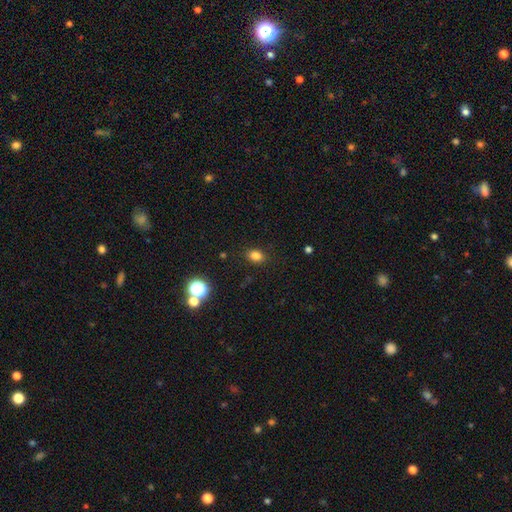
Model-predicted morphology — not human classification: Q: Smooth or featured?
A: smooth (81%); runner-up: star or artifact (14%)
Q: How rounded?
A: in between (67%); runner-up: round (32%)
Q: Merging?
A: none (87%); runner-up: minor disturbance (9%)